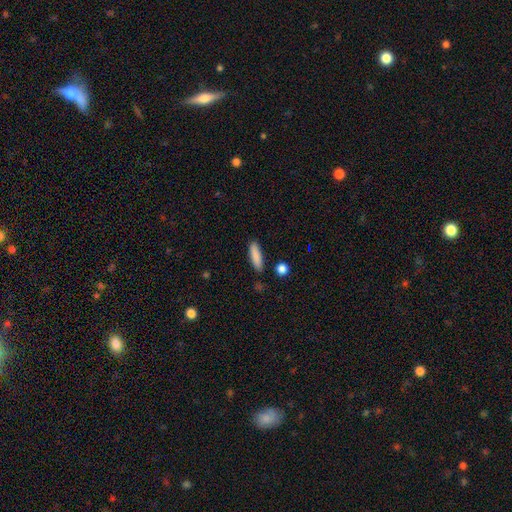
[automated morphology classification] Overall: smooth (87%). How rounded: cigar-shaped (65%; in between 33%). Merging: none (86%).